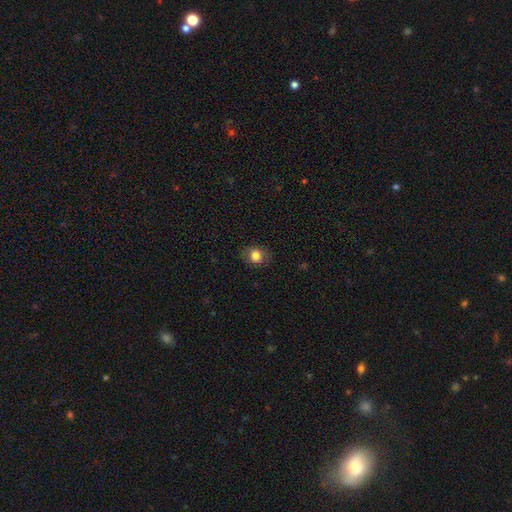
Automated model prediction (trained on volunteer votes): smooth_or_featured: smooth (p=0.82) [alt: star or artifact p=0.10]
how_rounded: round (p=0.65) [alt: in between p=0.34]
merging: none (p=0.83) [alt: minor disturbance p=0.12]